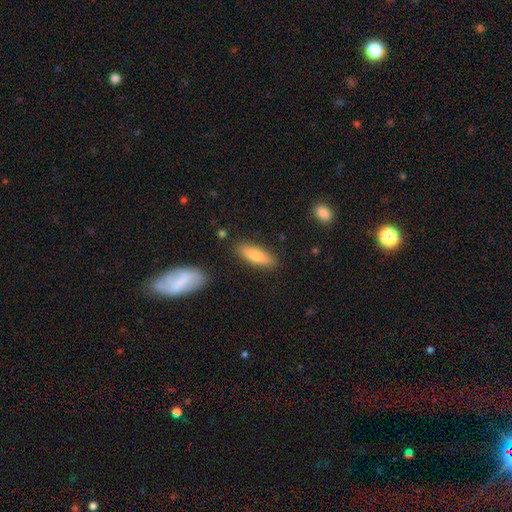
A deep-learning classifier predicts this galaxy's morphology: This appears to be a smooth galaxy with no disk features (78%) that is in between round and cigar-shaped (49%, tied with cigar-shaped). Merging: none (85%).